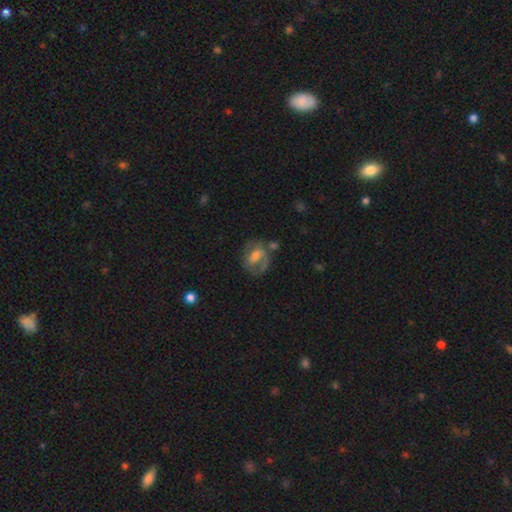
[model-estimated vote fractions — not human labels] A featured or disk galaxy (57%) with a weak bar (46%), spiral arms (72%) and a moderate central bulge (46%). Merging: none (48%).